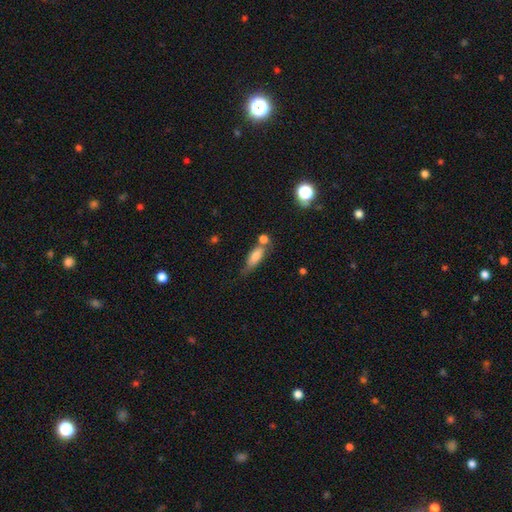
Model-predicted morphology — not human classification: type=smooth (72%); roundness=in between (65%); merging=none (46%).